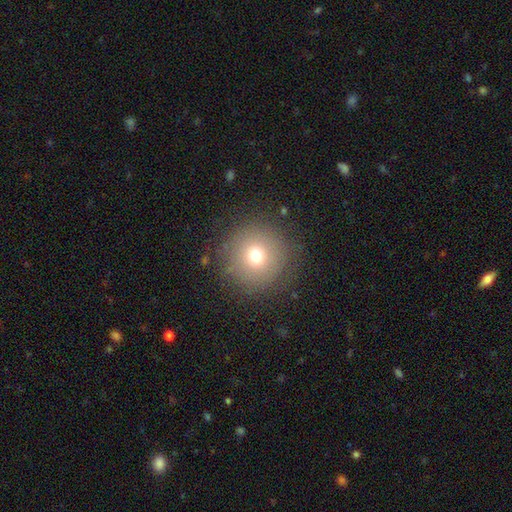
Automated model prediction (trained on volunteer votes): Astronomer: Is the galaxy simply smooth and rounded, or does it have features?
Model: smooth — 71%.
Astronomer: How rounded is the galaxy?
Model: round — 96%.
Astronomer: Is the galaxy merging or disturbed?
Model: none — 85%.